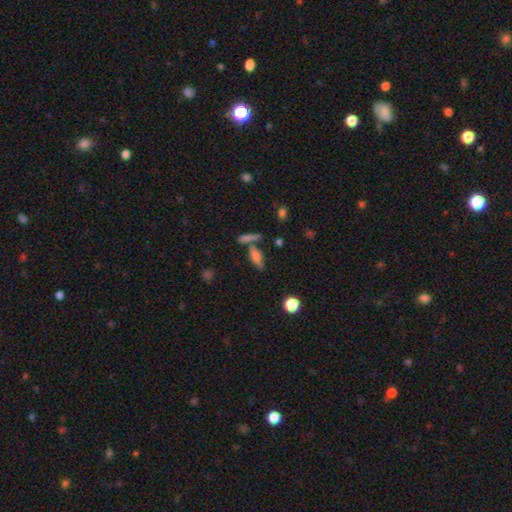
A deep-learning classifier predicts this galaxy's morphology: Q: Smooth or featured?
A: smooth (60%); runner-up: featured or disk (29%)
Q: How rounded?
A: cigar-shaped (50%); runner-up: in between (44%)
Q: Merging?
A: none (59%); runner-up: merger (23%)